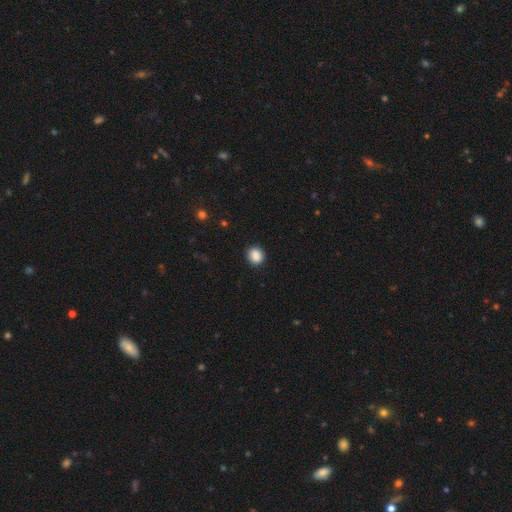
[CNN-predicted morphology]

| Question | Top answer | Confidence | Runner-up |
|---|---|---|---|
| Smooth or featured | smooth | 88% | star or artifact (9%) |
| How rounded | round | 76% | in between (23%) |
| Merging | none | 90% | minor disturbance (7%) |